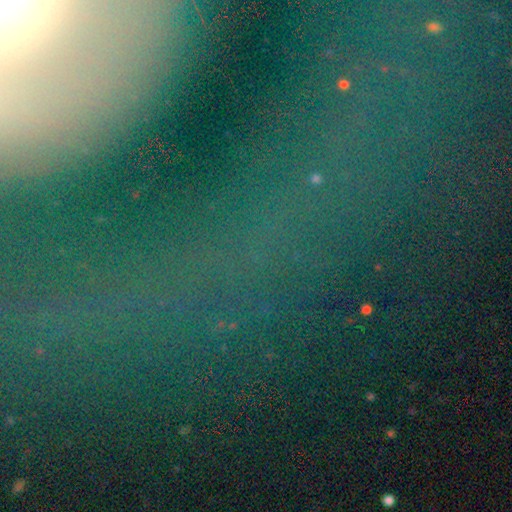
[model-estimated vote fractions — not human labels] This appears to be a star or artifact, not a galaxy (65%).